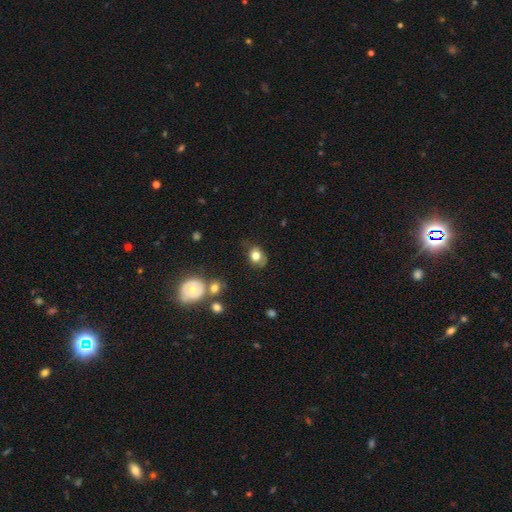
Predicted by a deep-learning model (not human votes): This is likely a smooth galaxy (75%). How rounded: possibly round (51%). Merging: likely none (63%).